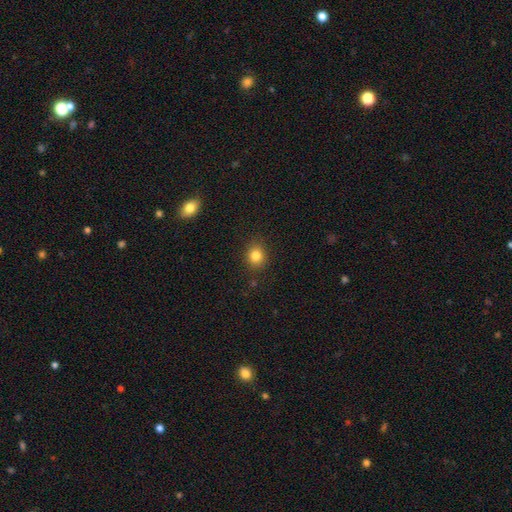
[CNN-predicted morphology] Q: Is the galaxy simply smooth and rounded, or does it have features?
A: smooth — 82%.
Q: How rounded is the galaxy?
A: round — 73%.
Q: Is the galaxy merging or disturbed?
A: none — 87%.